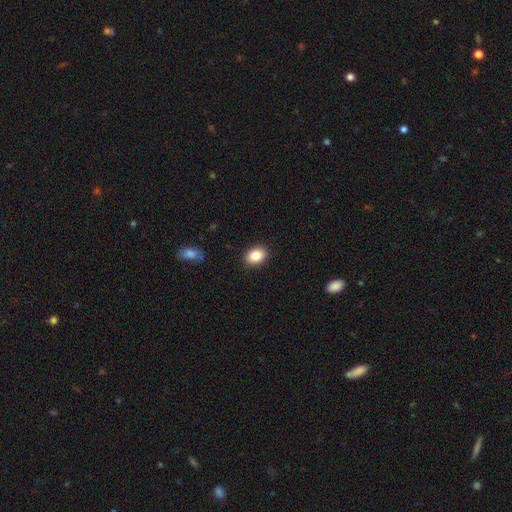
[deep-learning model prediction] Smooth or featured?
  - smooth: 87% *
  - star or artifact: 8%
  - featured or disk: 5%
How rounded?
  - in between: 73% *
  - round: 26%
  - cigar-shaped: 1%
Merging?
  - none: 88% *
  - minor disturbance: 8%
  - major disturbance: 2%
  - merger: 1%